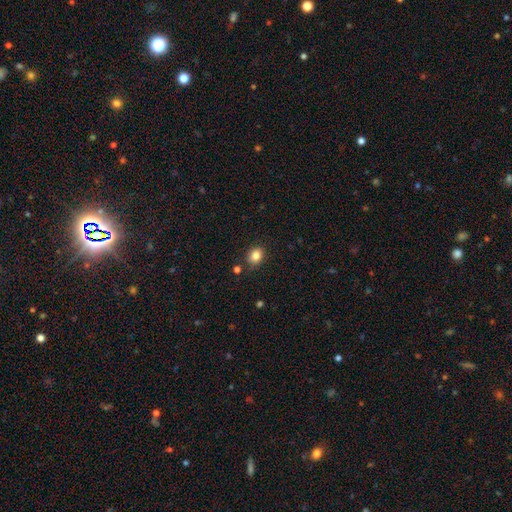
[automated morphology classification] Q: Smooth or featured?
A: smooth (84%); runner-up: star or artifact (10%)
Q: How rounded?
A: in between (51%); runner-up: round (48%)
Q: Merging?
A: none (83%); runner-up: minor disturbance (11%)